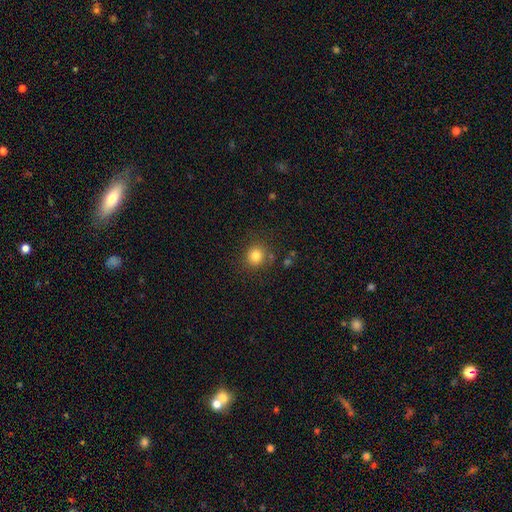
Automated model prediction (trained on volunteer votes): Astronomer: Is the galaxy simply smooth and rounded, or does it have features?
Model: smooth — 81%.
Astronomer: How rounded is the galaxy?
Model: round — 88%.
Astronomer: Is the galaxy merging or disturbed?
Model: none — 83%.